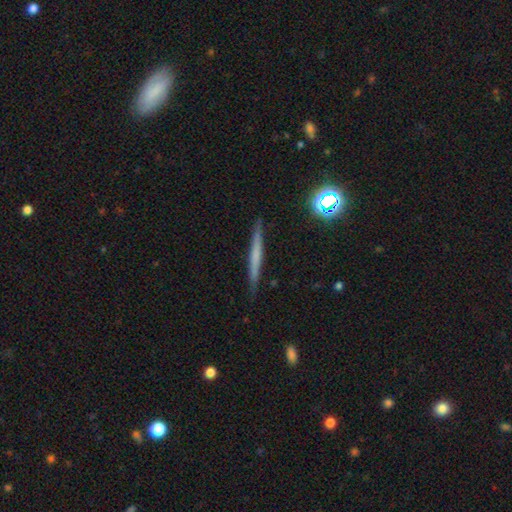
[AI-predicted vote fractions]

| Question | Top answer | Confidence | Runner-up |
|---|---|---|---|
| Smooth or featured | smooth | 47% | featured or disk (44%) |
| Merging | none | 89% | minor disturbance (8%) |